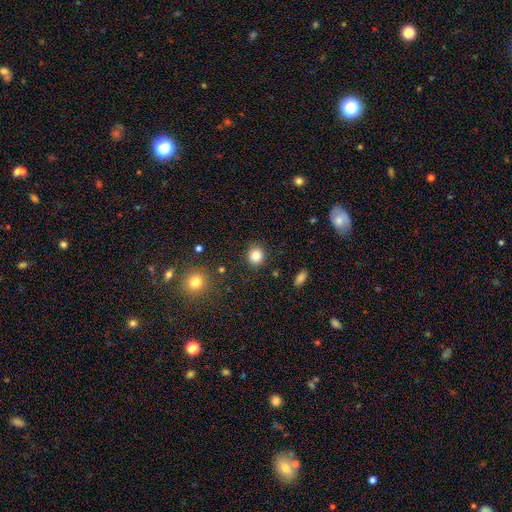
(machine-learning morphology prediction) The model was most divided on "how rounded": round: 84%, in between: 15%, cigar-shaped: 1%. More confident: merging — none (89%); smooth or featured — smooth (85%).